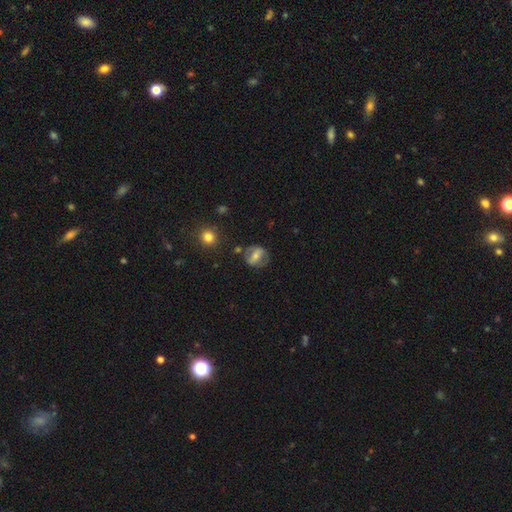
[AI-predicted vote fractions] Overall: featured or disk (50%; smooth 41%). Edge-on disk: no (91%). Merging: none (68%).